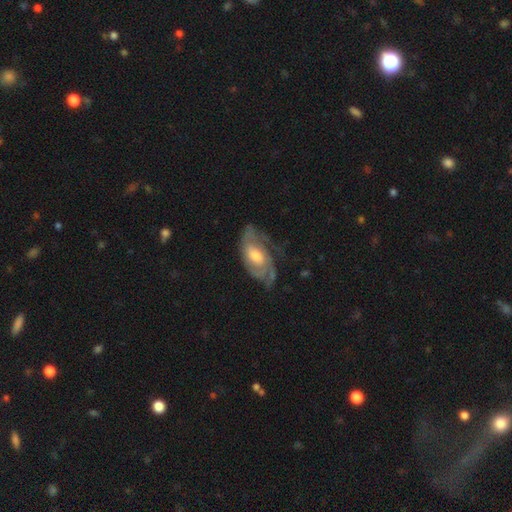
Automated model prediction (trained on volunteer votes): Smooth or featured? featured or disk (79%)
Edge-on disk? no (94%)
Bar? no (61%)
Spiral arms? yes (91%)
Spiral winding? tight (46%)
Spiral arm count? 2 (39%)
Bulge size? moderate (68%)
Merging? none (57%)